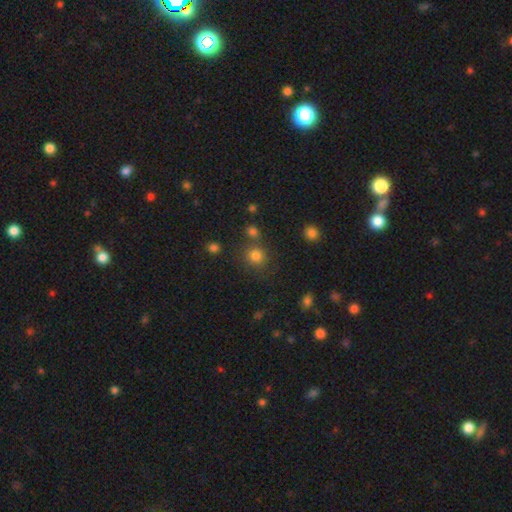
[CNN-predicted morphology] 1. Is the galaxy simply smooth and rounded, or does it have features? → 80% smooth, 14% star or artifact, 6% featured or disk.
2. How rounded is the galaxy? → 87% round, 12% in between, 1% cigar-shaped.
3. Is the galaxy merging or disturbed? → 72% none, 13% merger, 10% minor disturbance, 4% major disturbance.